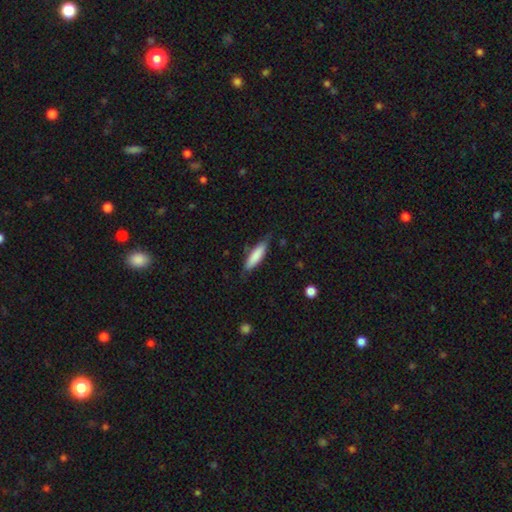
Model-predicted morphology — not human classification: This is clearly a smooth galaxy (81%). How rounded: likely cigar-shaped (63%). Merging: likely none (75%).